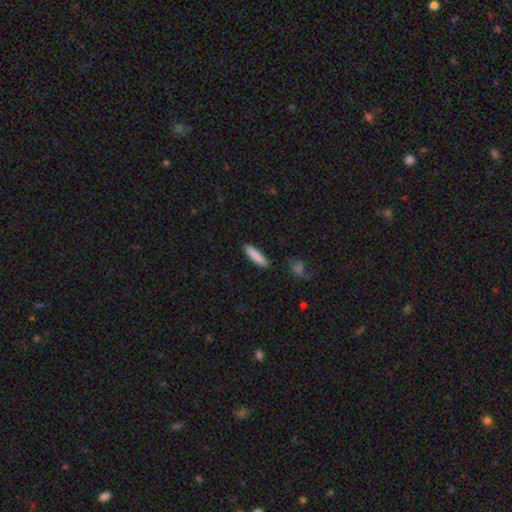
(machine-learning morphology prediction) Q: Smooth or featured?
A: smooth (86%); runner-up: featured or disk (8%)
Q: How rounded?
A: cigar-shaped (83%); runner-up: in between (15%)
Q: Merging?
A: none (89%); runner-up: minor disturbance (7%)